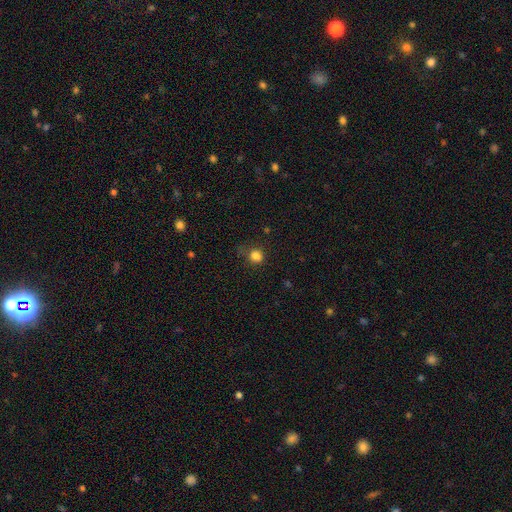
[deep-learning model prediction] A smooth galaxy with no disk features (82%) that is round (76%).

Vote fractions:
- Smooth or featured? smooth: 82% / star or artifact: 13% / featured or disk: 5%
- How rounded? round: 76% / in between: 23% / cigar-shaped: 1%
- Merging? none: 67% / minor disturbance: 22% / major disturbance: 9% / merger: 2%